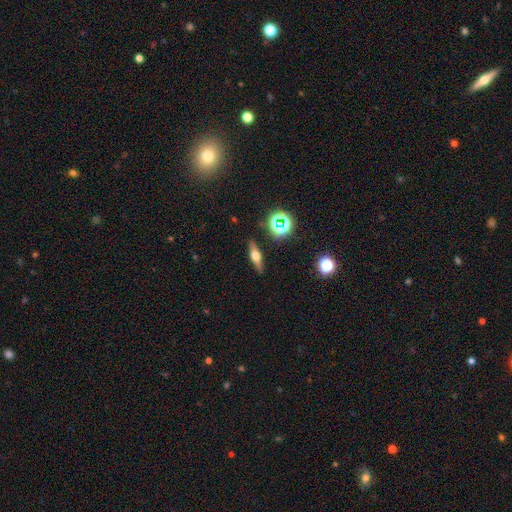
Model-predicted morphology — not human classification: Smooth or featured: featured or disk — 56% (smooth — 33%)
Edge-on disk: yes — 93% (no — 7%)
Edge-on bulge: rounded — 93% (boxy — 5%)
Merging: none — 89% (minor disturbance — 8%)